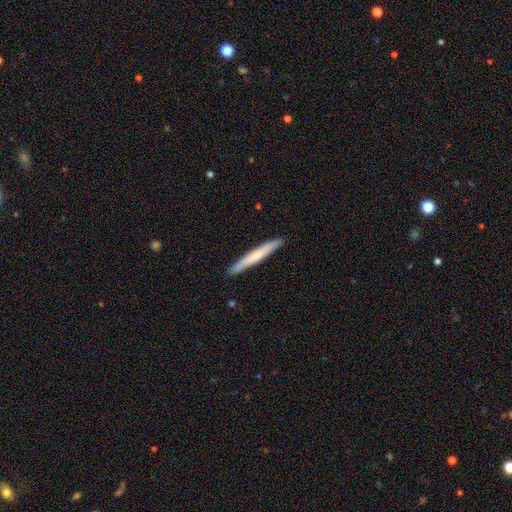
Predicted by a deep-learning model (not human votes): This appears to be a smooth galaxy with no disk features (60%) that is cigar-shaped (96%). Merging: none (91%).